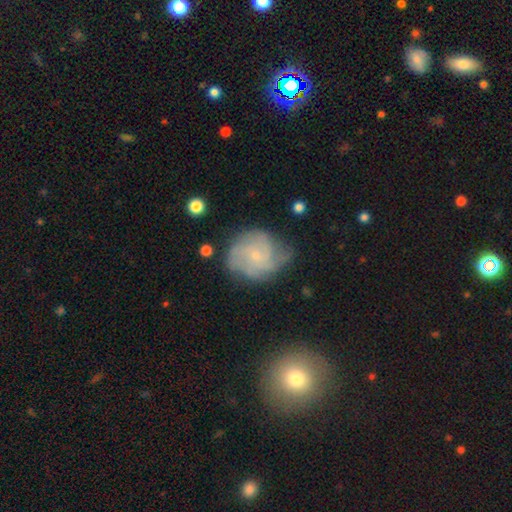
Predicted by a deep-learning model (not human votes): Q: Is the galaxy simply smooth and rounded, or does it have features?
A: featured or disk — 76%.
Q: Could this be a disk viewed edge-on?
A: no — 98%.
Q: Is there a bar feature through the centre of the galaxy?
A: no — 76%.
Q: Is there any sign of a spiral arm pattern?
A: yes — 93%.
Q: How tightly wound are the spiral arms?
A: tight — 47%.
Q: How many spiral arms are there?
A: can't tell — 26%, tied with 3.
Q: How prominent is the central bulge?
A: small — 80%.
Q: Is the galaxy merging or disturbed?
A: none — 64%.